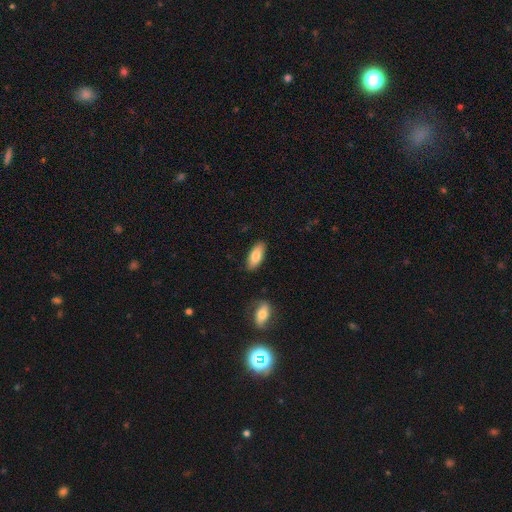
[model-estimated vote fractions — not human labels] The model was most divided on "smooth or featured": smooth: 81%, featured or disk: 13%, star or artifact: 6%. More confident: merging — none (85%); how rounded — in between (85%).